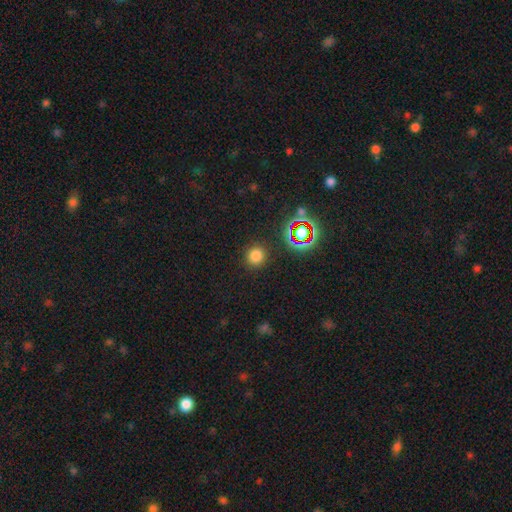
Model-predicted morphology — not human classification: This appears to be a smooth galaxy with no disk features (75%) that is round (91%). Merging: none (89%).